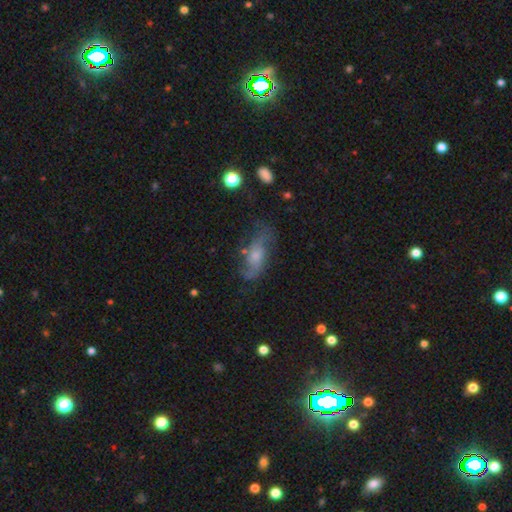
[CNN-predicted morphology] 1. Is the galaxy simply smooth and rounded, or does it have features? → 58% featured or disk, 31% smooth, 12% star or artifact.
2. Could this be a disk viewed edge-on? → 84% no, 16% yes.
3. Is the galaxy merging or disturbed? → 59% none, 24% minor disturbance, 14% major disturbance, 3% merger.